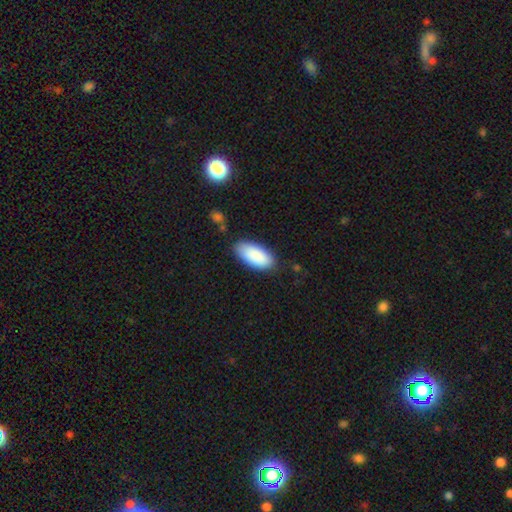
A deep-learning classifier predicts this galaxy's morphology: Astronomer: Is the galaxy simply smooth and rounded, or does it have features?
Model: smooth — 89%.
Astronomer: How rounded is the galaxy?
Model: in between — 92%.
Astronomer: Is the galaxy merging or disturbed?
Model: none — 83%.